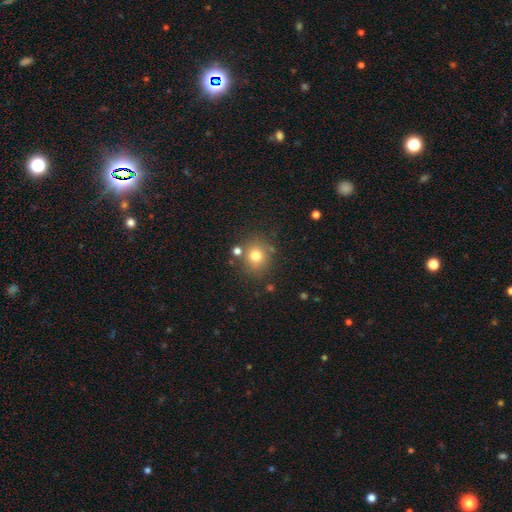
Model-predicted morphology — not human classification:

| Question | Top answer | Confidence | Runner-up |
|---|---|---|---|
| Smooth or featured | smooth | 76% | star or artifact (14%) |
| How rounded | round | 80% | in between (20%) |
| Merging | none | 78% | minor disturbance (11%) |